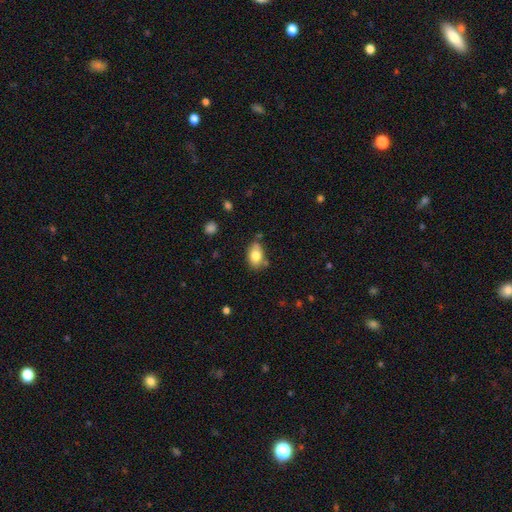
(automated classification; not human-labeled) Morphology: type=smooth (80%); roundness=in between (84%); merging=none (69%).